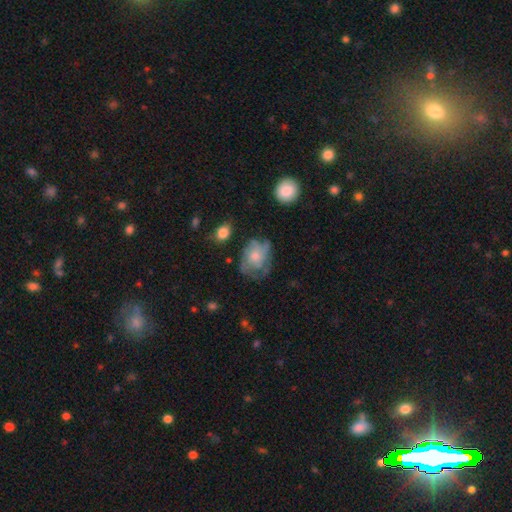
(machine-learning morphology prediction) This is possibly a featured or disk galaxy (48%). Merging: possibly none (47%).